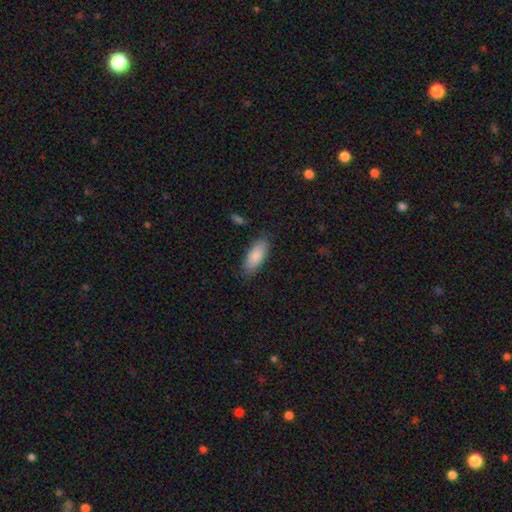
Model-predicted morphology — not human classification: smooth_or_featured: smooth (p=0.87) [alt: featured or disk p=0.08]
how_rounded: in between (p=0.81) [alt: cigar-shaped p=0.18]
merging: none (p=0.83) [alt: minor disturbance p=0.13]